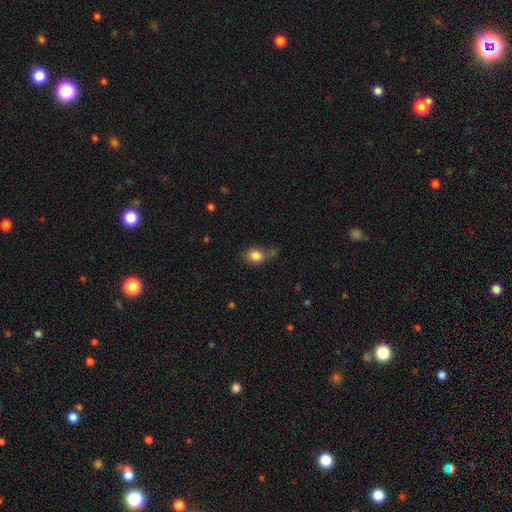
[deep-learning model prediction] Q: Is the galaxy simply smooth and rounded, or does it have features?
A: smooth — 84%.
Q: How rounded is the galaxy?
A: in between — 53%.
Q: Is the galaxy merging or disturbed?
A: none — 52%.